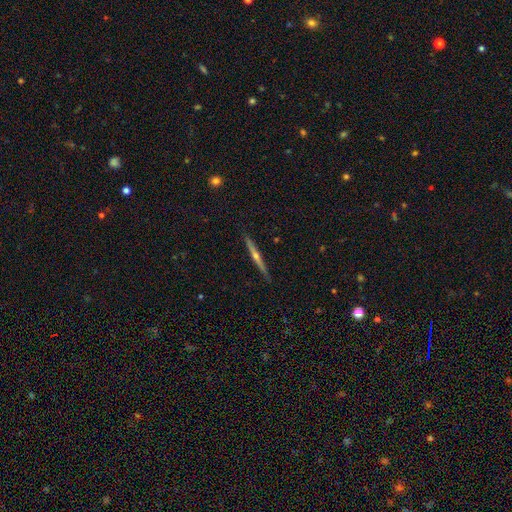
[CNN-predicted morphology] The model was most divided on "smooth or featured": featured or disk: 77%, smooth: 17%, star or artifact: 6%. More confident: edge-on disk — yes (98%); merging — none (91%); edge-on bulge — rounded (83%).